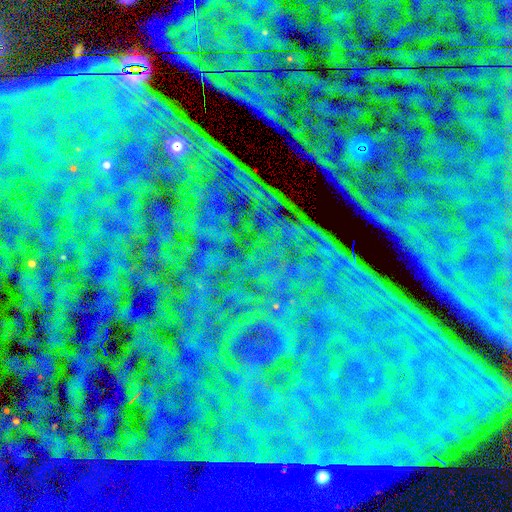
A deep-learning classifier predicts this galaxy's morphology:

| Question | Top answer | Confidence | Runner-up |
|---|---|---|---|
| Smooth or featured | star or artifact | 87% | featured or disk (7%) |